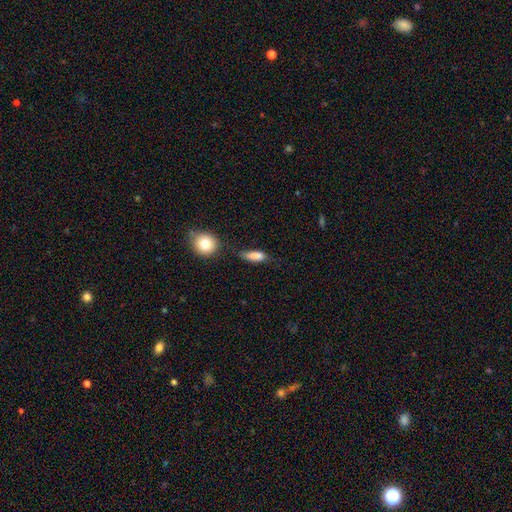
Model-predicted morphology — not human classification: Q: Smooth or featured?
A: smooth (83%); runner-up: featured or disk (9%)
Q: How rounded?
A: in between (61%); runner-up: cigar-shaped (33%)
Q: Merging?
A: none (56%); runner-up: minor disturbance (28%)